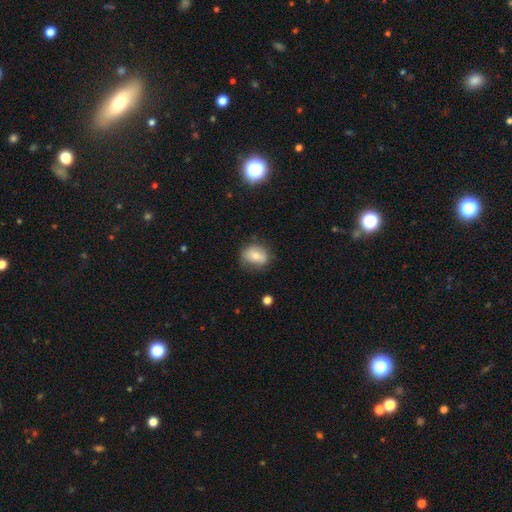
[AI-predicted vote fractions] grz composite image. It shows a smooth galaxy with no disk features (73%) that is in between round and cigar-shaped (56%). Merging: none (67%).